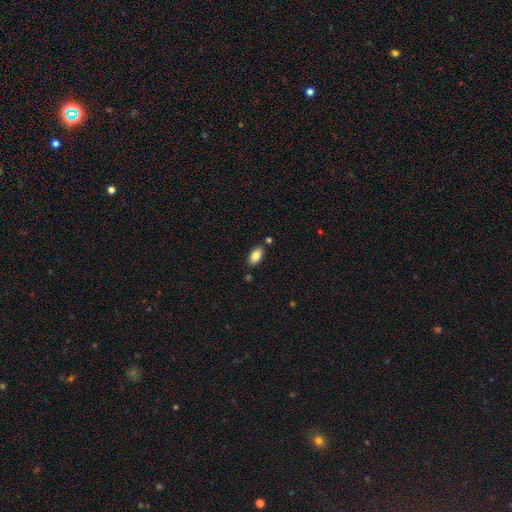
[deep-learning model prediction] This is clearly a smooth galaxy (85%). How rounded: clearly in between (93%). Merging: clearly none (82%).